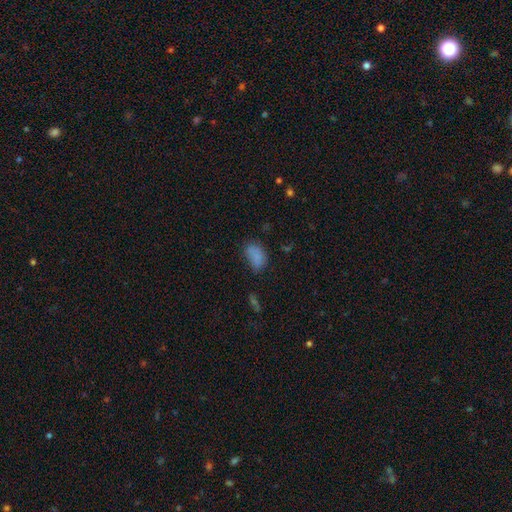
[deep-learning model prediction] Q: Smooth or featured?
A: smooth (77%); runner-up: star or artifact (13%)
Q: How rounded?
A: in between (87%); runner-up: round (11%)
Q: Merging?
A: none (50%); runner-up: minor disturbance (29%)